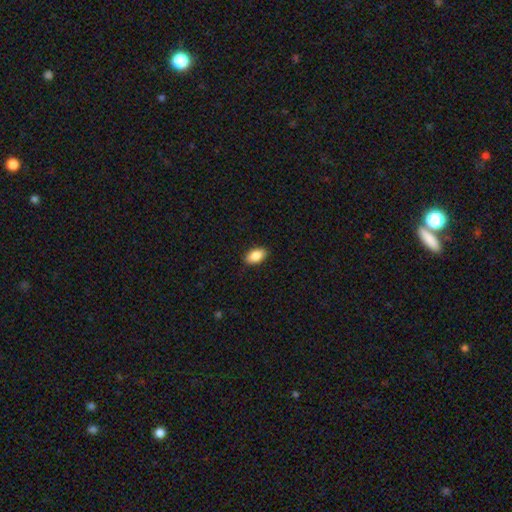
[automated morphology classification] smooth 87%, star or artifact 7%, featured or disk 6%. Down the decision tree: how rounded — in between (92%); merging — none (89%).